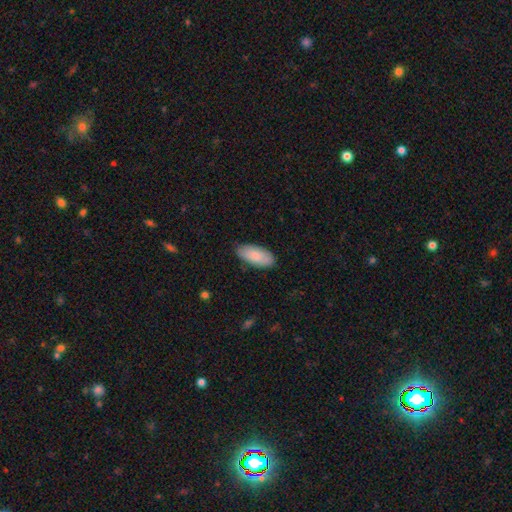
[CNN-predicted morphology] A smooth galaxy with no disk features (84%) that is in between round and cigar-shaped (90%).

Vote fractions:
- Smooth or featured? smooth: 84% / featured or disk: 10% / star or artifact: 5%
- How rounded? in between: 90% / cigar-shaped: 8% / round: 2%
- Merging? none: 82% / minor disturbance: 15% / major disturbance: 2% / merger: 1%